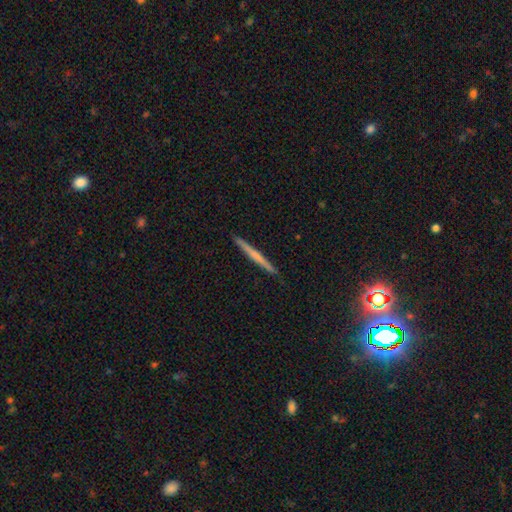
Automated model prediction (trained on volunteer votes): Smooth or featured? Predicted: featured or disk (p=0.50). Merging? Predicted: none (p=0.92).